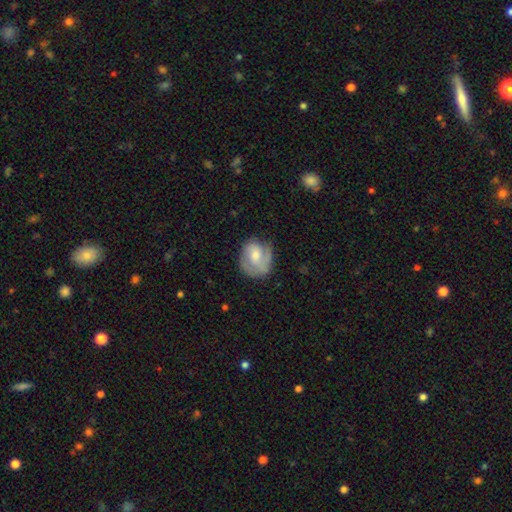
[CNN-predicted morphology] featured or disk 58%, smooth 36%, star or artifact 6%. Down the decision tree: edge-on disk — no (97%); bar — no (58%); spiral arms — yes (83%); bulge size — moderate (55%); merging — none (61%).